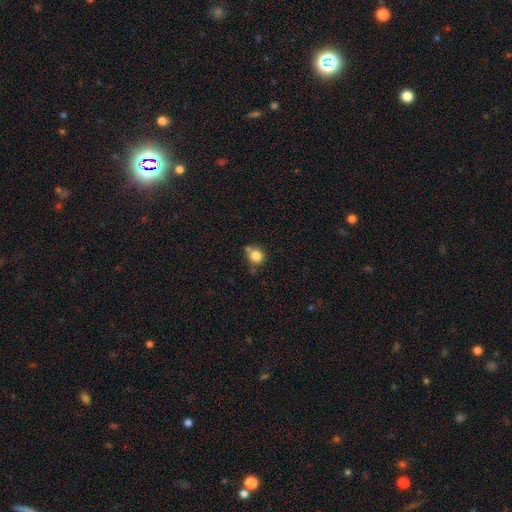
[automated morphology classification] Smooth or featured: smooth — 82% (star or artifact — 11%)
How rounded: round — 82% (in between — 18%)
Merging: none — 62% (merger — 17%)